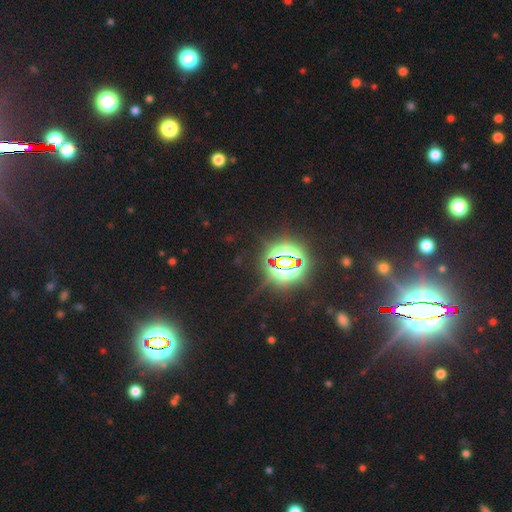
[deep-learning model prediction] This appears to be a star or artifact, not a galaxy (83%).